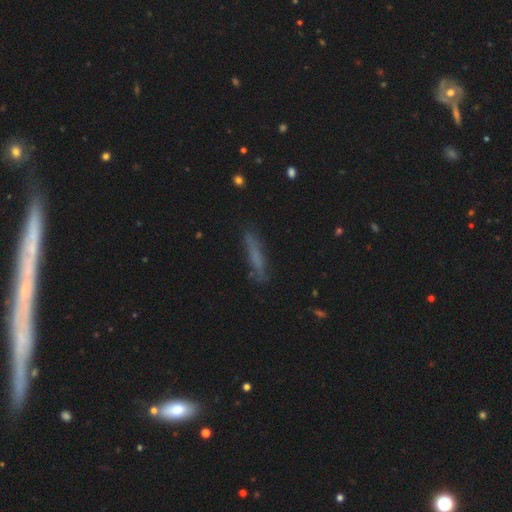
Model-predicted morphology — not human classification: Overall: smooth (61%; featured or disk 27%). How rounded: cigar-shaped (88%). Merging: none (77%).